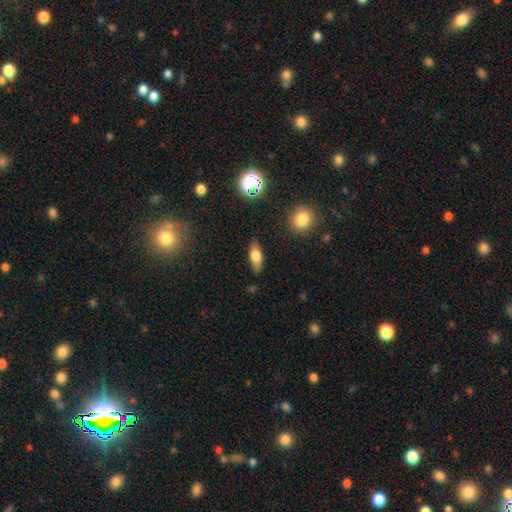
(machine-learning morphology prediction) Smooth or featured: smooth — 62% (featured or disk — 29%)
How rounded: in between — 71% (cigar-shaped — 23%)
Merging: none — 82% (minor disturbance — 13%)